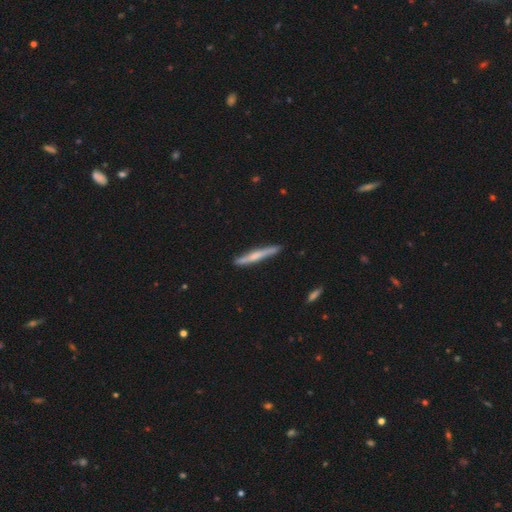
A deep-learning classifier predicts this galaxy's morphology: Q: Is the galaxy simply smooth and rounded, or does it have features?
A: featured or disk — 49%.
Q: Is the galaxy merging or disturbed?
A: none — 85%.